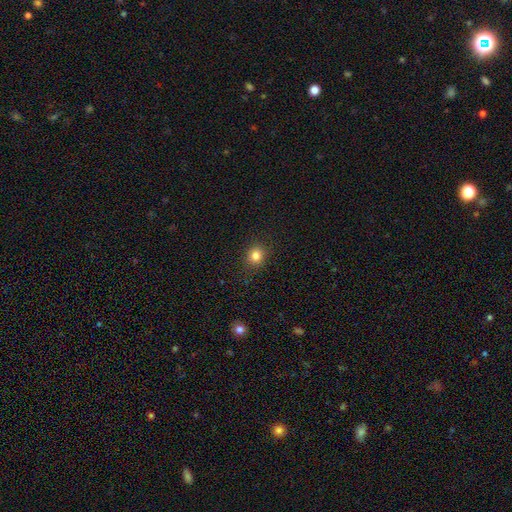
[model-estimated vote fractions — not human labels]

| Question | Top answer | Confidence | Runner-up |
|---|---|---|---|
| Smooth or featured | smooth | 82% | star or artifact (12%) |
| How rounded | round | 84% | in between (15%) |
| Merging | none | 88% | minor disturbance (8%) |